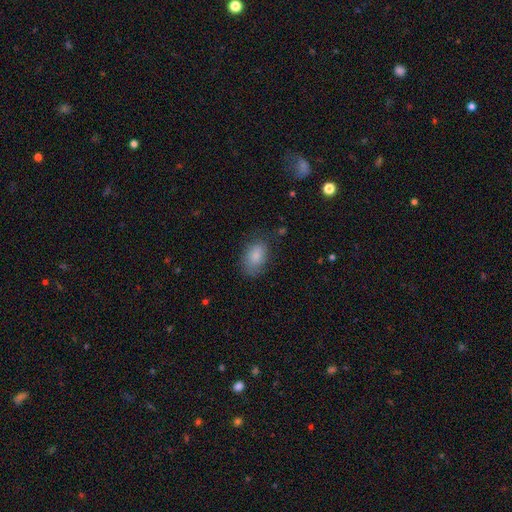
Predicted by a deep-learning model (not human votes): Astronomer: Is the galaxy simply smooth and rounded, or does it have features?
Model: smooth — 83%.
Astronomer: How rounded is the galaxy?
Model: in between — 87%.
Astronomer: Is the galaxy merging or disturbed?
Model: none — 68%.